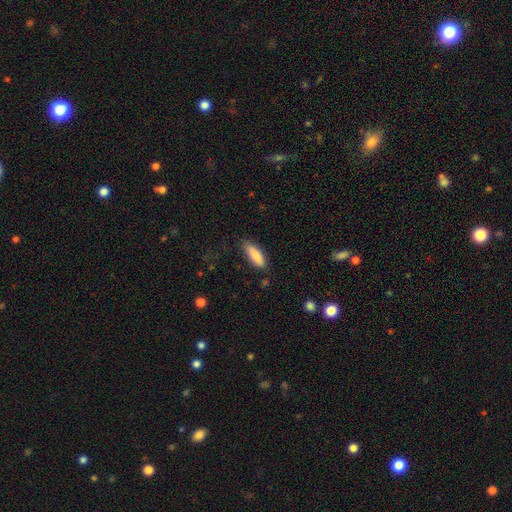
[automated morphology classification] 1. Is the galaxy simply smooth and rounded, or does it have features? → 85% smooth, 9% featured or disk, 6% star or artifact.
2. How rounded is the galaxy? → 54% in between, 44% cigar-shaped, 2% round.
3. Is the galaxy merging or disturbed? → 78% none, 16% minor disturbance, 4% major disturbance, 2% merger.